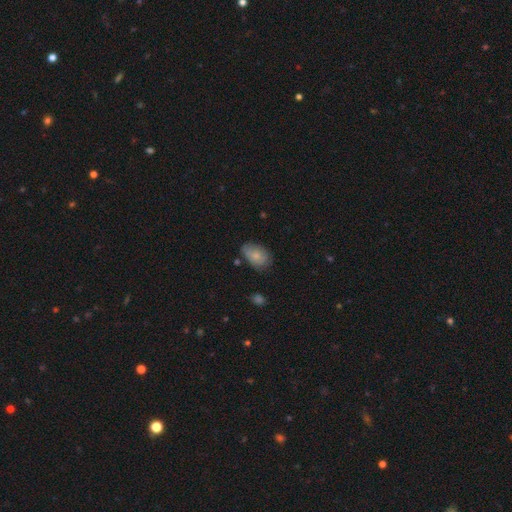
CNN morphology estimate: A smooth galaxy with no disk features (78%) that is in between round and cigar-shaped (87%).

Vote fractions:
- Smooth or featured? smooth: 78% / featured or disk: 15% / star or artifact: 7%
- How rounded? in between: 87% / round: 12% / cigar-shaped: 1%
- Merging? none: 66% / minor disturbance: 26% / major disturbance: 5% / merger: 3%